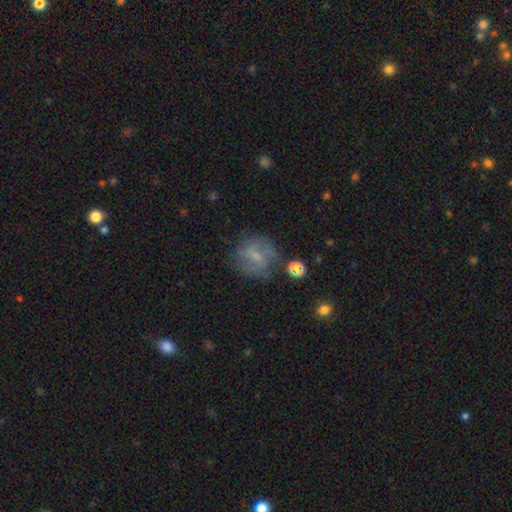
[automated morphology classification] Smooth or featured? Predicted: featured or disk (p=0.45). Merging? Predicted: none (p=0.60).